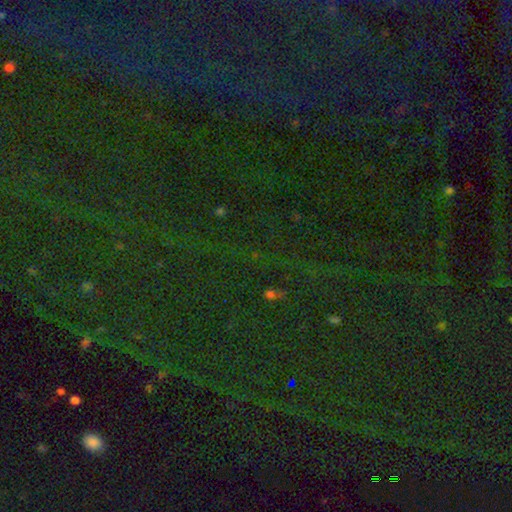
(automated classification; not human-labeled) The model was most divided on "smooth or featured": star or artifact: 84%, smooth: 9%, featured or disk: 8%.